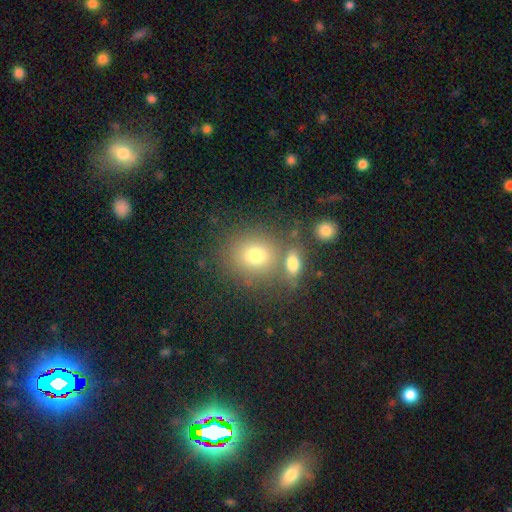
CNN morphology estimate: smooth-or-featured: smooth: 74% | star or artifact: 14% | featured or disk: 12%
  how-rounded: round: 72% | in between: 26% | cigar-shaped: 1%
  merging: none: 61% | merger: 24% | minor disturbance: 11% | major disturbance: 5%